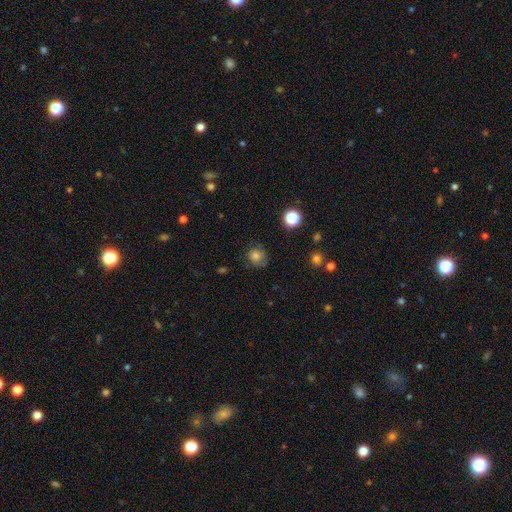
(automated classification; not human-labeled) This appears to be a smooth galaxy with no disk features (71%) that is round (84%). Merging: none (72%).